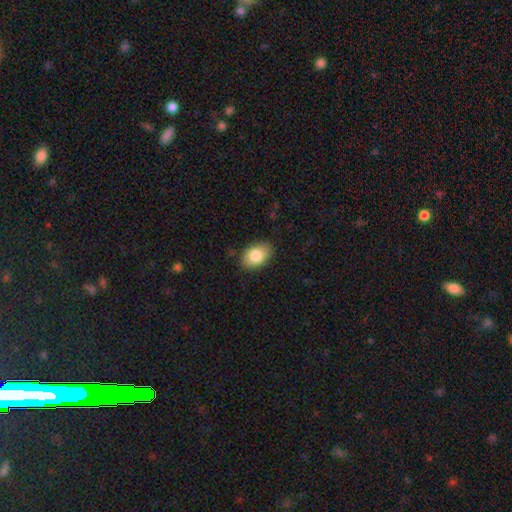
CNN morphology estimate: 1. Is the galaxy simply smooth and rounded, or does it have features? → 84% smooth, 9% featured or disk, 7% star or artifact.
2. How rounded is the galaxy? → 88% in between, 11% round, 1% cigar-shaped.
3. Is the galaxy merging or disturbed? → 86% none, 11% minor disturbance, 2% major disturbance, 1% merger.